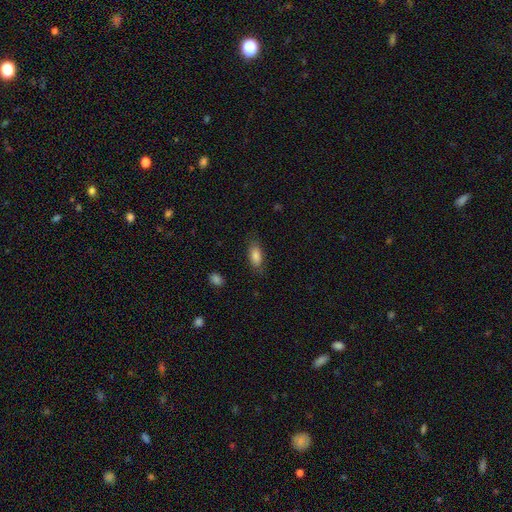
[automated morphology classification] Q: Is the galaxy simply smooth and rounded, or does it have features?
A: smooth — 84%.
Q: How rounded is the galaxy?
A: in between — 85%.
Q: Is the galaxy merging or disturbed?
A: none — 79%.